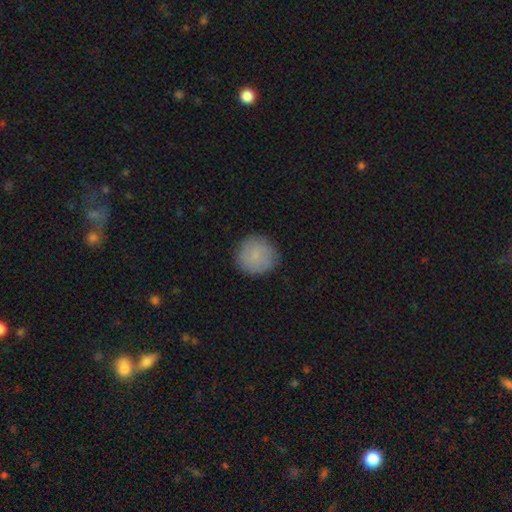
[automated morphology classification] smooth-or-featured: smooth: 81% | featured or disk: 12% | star or artifact: 7%
  how-rounded: round: 93% | in between: 6% | cigar-shaped: 1%
  merging: none: 87% | minor disturbance: 10% | major disturbance: 2% | merger: 1%